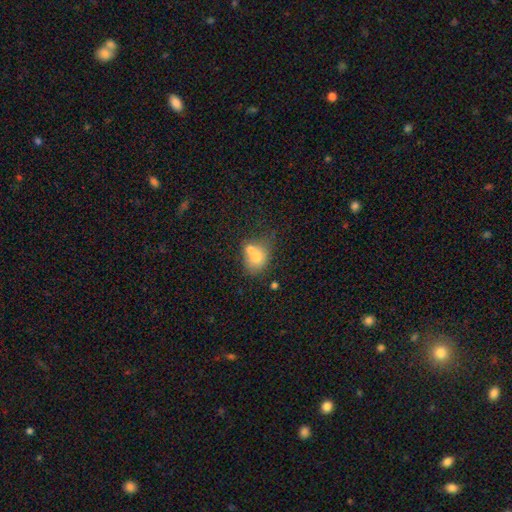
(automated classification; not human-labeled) Smooth or featured: smooth — 68% (featured or disk — 22%)
How rounded: round — 55% (in between — 44%)
Merging: merger — 55% (none — 30%)